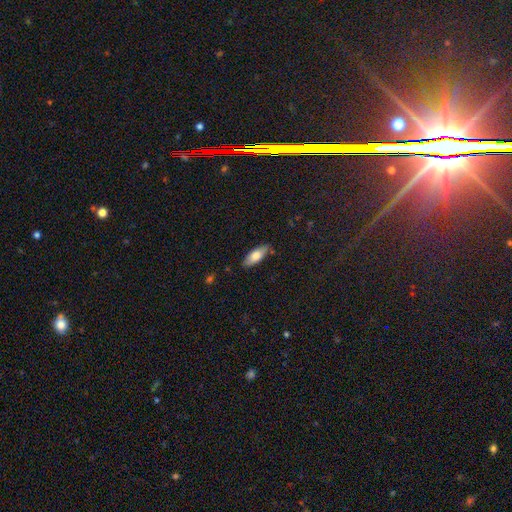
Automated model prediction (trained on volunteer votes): Smooth or featured? smooth (72%)
How rounded? in between (72%)
Merging? none (83%)